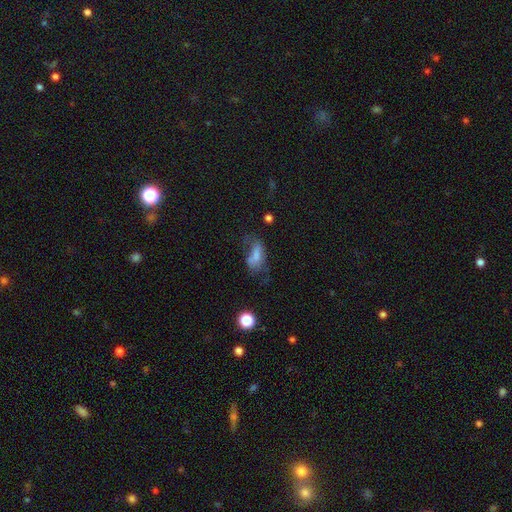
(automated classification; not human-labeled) This is likely a smooth galaxy (61%). How rounded: clearly in between (85%). Merging: marginally major disturbance (35%).